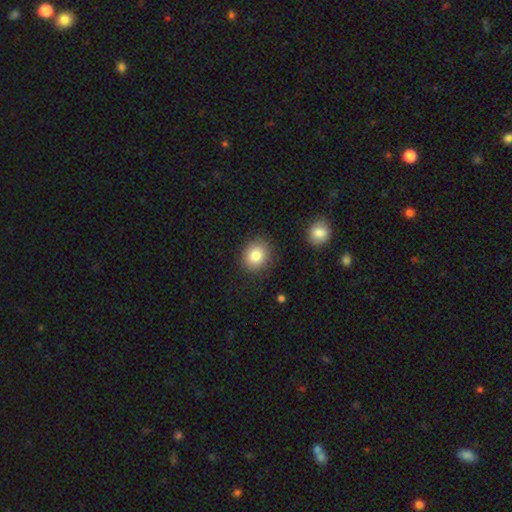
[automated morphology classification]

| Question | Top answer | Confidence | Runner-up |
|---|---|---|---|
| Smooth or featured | smooth | 84% | star or artifact (9%) |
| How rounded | round | 68% | in between (32%) |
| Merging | none | 86% | minor disturbance (9%) |